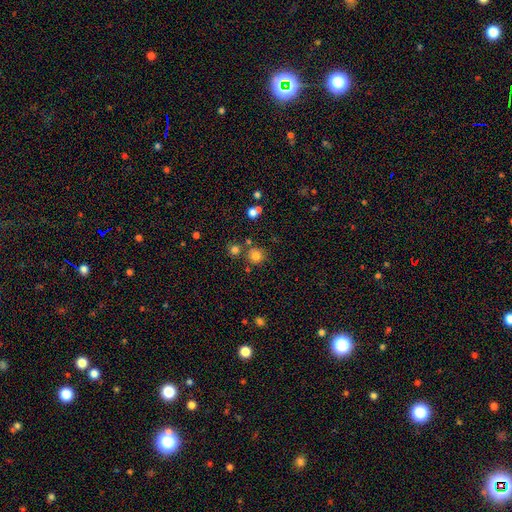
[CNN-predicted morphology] type=smooth (79%); roundness=round (92%); merging=none (76%).